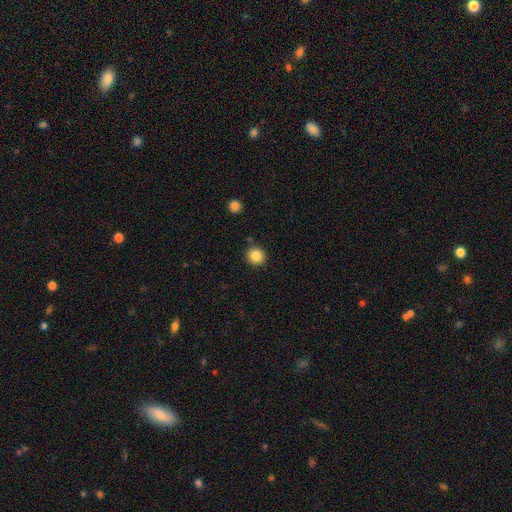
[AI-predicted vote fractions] A smooth galaxy with no disk features (86%) that is round (93%).

Vote fractions:
- Smooth or featured? smooth: 86% / star or artifact: 10% / featured or disk: 4%
- How rounded? round: 93% / in between: 6% / cigar-shaped: 1%
- Merging? none: 89% / minor disturbance: 6% / merger: 3% / major disturbance: 2%